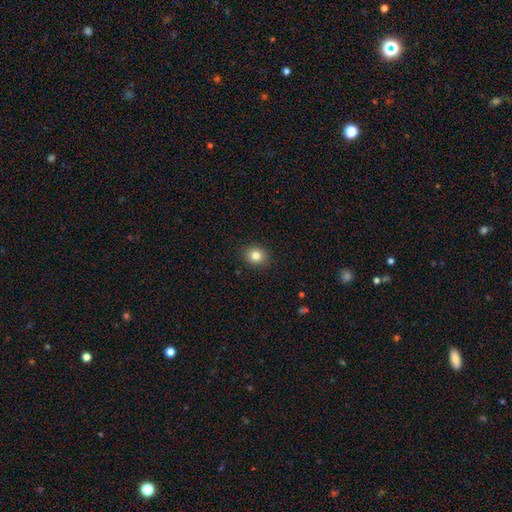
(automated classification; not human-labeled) This is clearly a smooth galaxy (81%). How rounded: likely round (70%). Merging: clearly none (90%).